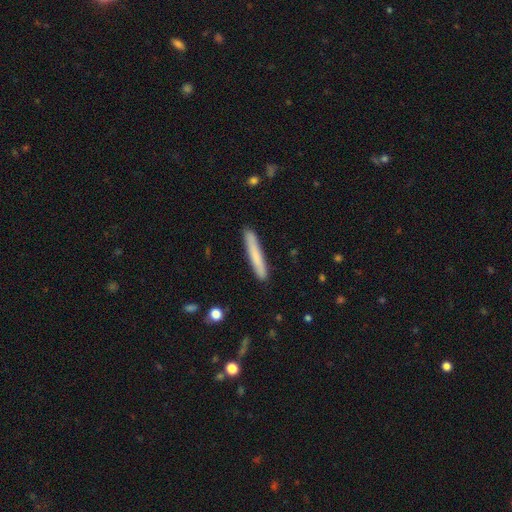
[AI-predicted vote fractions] Overall: smooth (76%). How rounded: cigar-shaped (95%). Merging: none (89%).